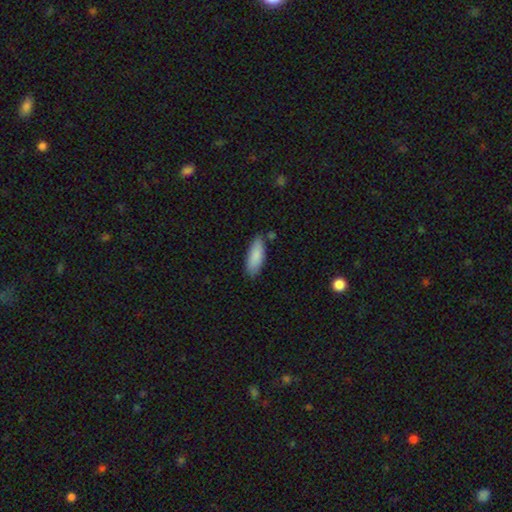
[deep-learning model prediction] This appears to be a smooth galaxy with no disk features (87%) that is in between round and cigar-shaped (70%). Merging: none (77%).